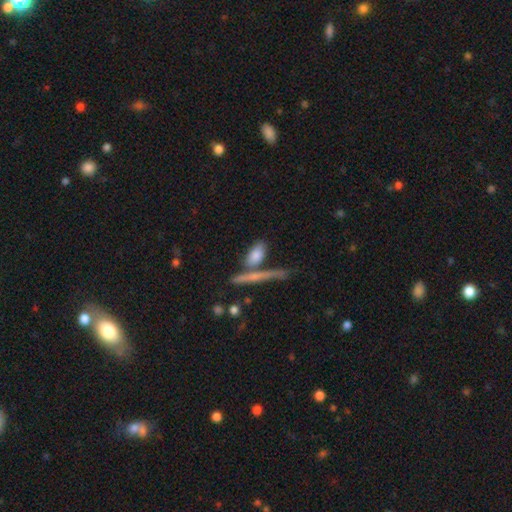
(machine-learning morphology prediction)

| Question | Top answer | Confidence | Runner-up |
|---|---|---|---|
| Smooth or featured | smooth | 74% | featured or disk (19%) |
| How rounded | in between | 62% | cigar-shaped (31%) |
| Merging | none | 56% | merger (25%) |